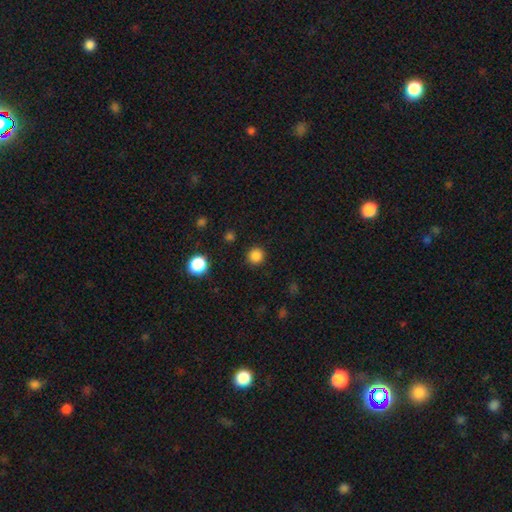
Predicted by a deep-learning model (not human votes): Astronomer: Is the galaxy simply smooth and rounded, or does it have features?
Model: smooth — 84%.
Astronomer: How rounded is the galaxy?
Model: round — 94%.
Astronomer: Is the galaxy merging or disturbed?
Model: none — 91%.